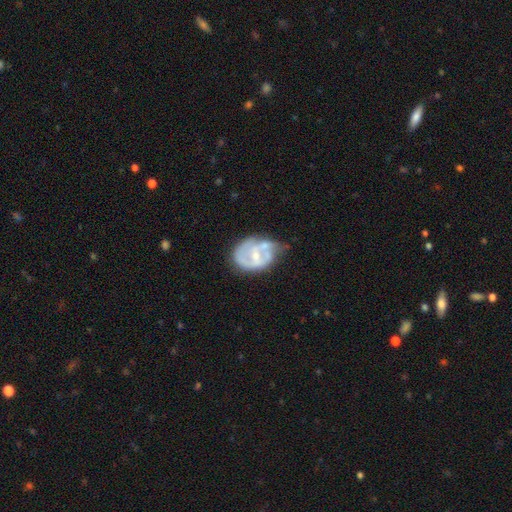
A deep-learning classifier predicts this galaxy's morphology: featured or disk 69%, smooth 25%, star or artifact 6%. Down the decision tree: edge-on disk — no (97%); bar — weak (44%); spiral arms — yes (60%); bulge size — small (53%); merging — minor disturbance (35%).